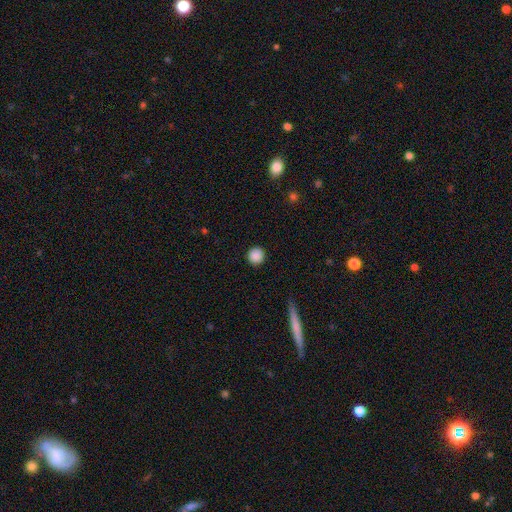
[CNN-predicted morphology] This appears to be a smooth galaxy with no disk features (89%) that is round (95%). Merging: none (92%).